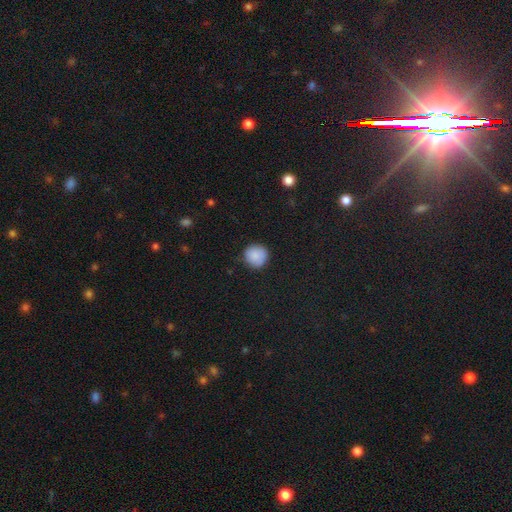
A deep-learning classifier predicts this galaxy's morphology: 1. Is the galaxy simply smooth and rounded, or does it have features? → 87% smooth, 8% star or artifact, 4% featured or disk.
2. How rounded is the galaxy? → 94% round, 5% in between, 1% cigar-shaped.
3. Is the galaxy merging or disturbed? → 87% none, 10% minor disturbance, 2% major disturbance, 1% merger.